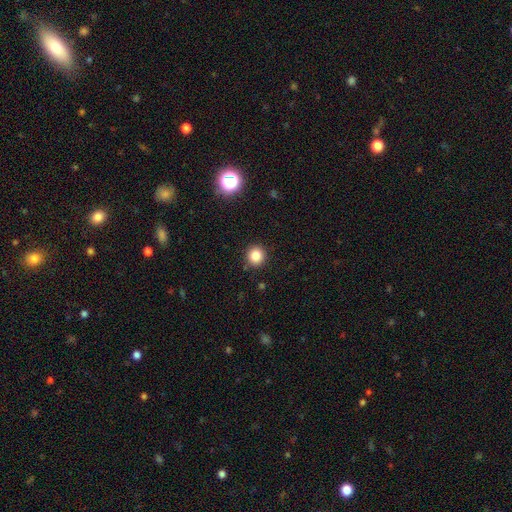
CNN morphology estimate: smooth-or-featured: smooth: 84% | star or artifact: 12% | featured or disk: 4%
  how-rounded: round: 92% | in between: 7% | cigar-shaped: 1%
  merging: none: 90% | minor disturbance: 6% | major disturbance: 2% | merger: 2%